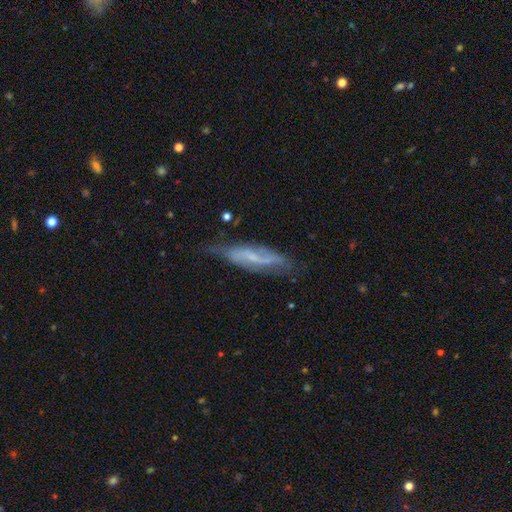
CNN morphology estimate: featured or disk 58%, smooth 31%, star or artifact 11%. Down the decision tree: edge-on disk — yes (55%); merging — none (70%).